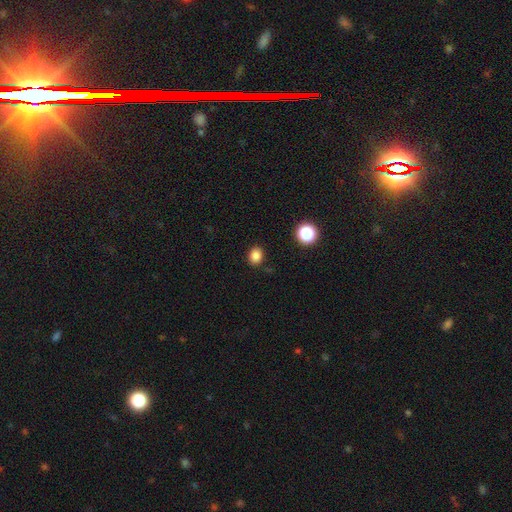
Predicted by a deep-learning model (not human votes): Smooth or featured? smooth (84%)
How rounded? round (51%)
Merging? none (87%)